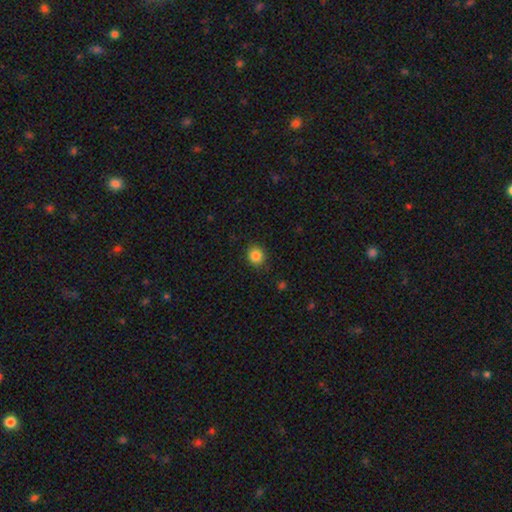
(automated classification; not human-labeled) Smooth or featured? smooth (85%)
How rounded? round (86%)
Merging? none (88%)